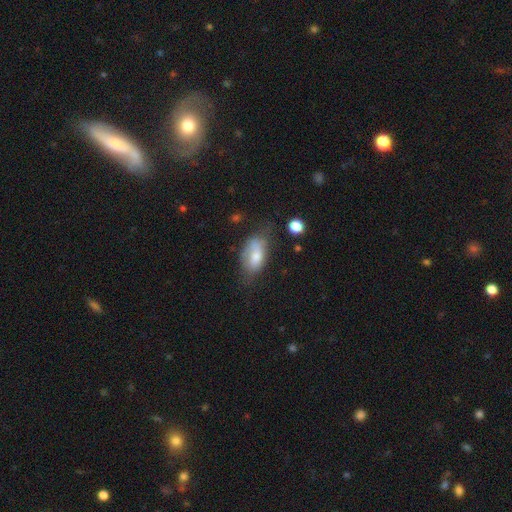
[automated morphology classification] Smooth or featured: smooth — 60% (featured or disk — 31%)
How rounded: in between — 90% (round — 5%)
Merging: none — 48% (minor disturbance — 34%)